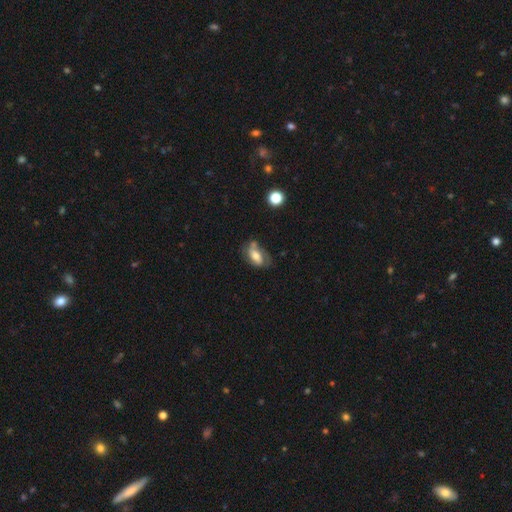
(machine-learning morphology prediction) Smooth or featured? Predicted: smooth (p=0.48). Merging? Predicted: none (p=0.44).